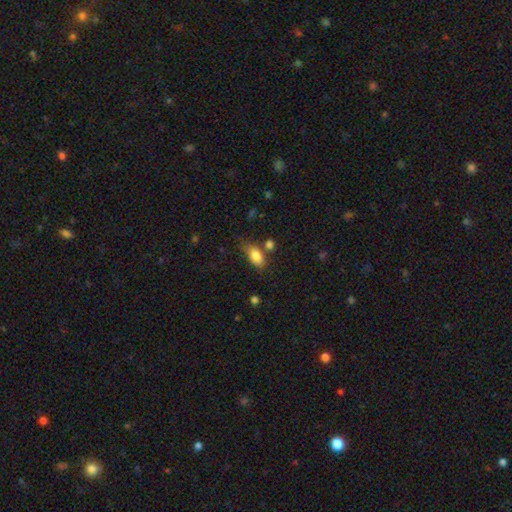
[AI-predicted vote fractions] The model was most divided on "merging": none: 61%, minor disturbance: 22%, merger: 11%, major disturbance: 6%. More confident: how rounded — in between (87%); smooth or featured — smooth (84%).